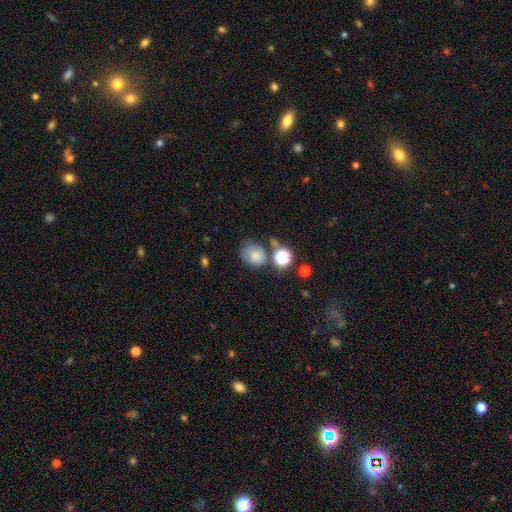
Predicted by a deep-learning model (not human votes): Smooth or featured? Predicted: smooth (p=0.72). How rounded? Predicted: round (p=0.58). Merging? Predicted: none (p=0.45).